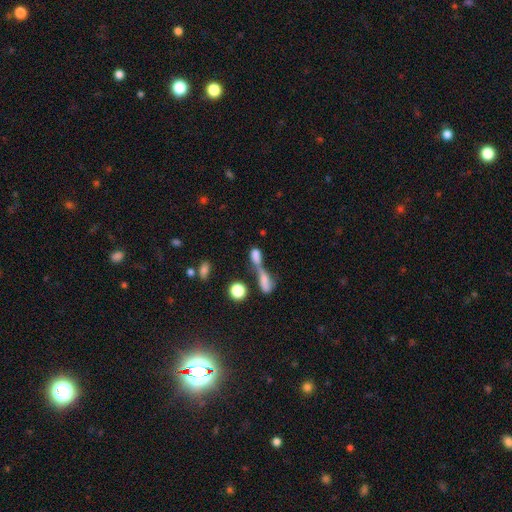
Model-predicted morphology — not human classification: Smooth or featured? Predicted: smooth (p=0.67). How rounded? Predicted: in between (p=0.60). Merging? Predicted: merger (p=0.69).